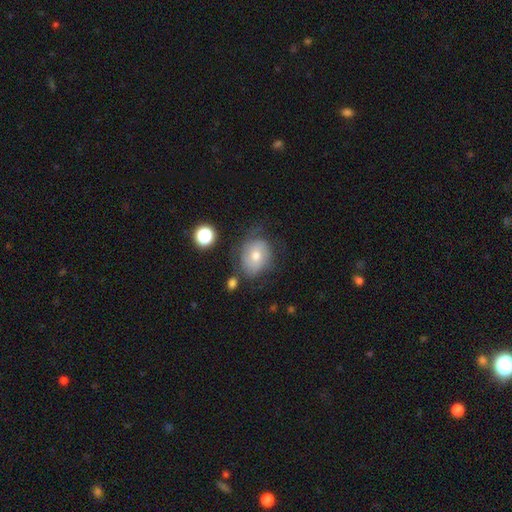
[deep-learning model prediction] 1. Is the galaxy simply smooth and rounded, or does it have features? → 49% smooth, 40% featured or disk, 11% star or artifact.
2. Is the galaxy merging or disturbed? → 53% none, 28% minor disturbance, 15% major disturbance, 4% merger.